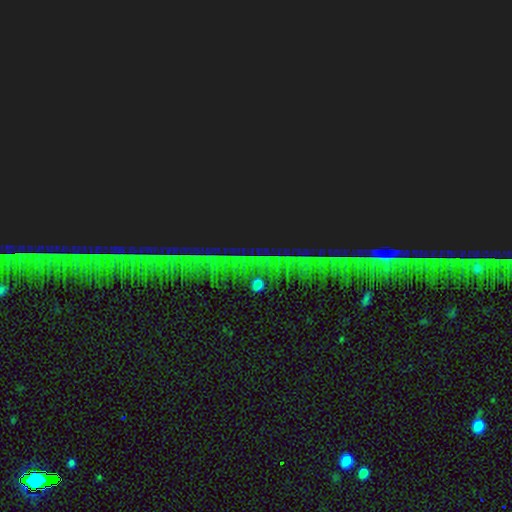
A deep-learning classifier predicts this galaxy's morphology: Smooth or featured? Predicted: star or artifact (p=0.84).